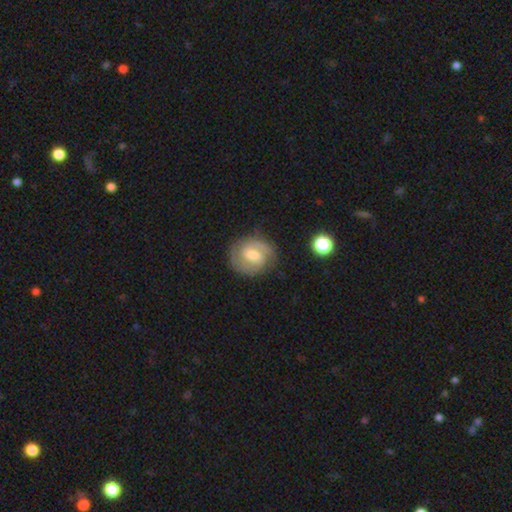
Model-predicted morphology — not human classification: type=featured or disk (71%); edge-on=no (98%); bar=weak (55%); spiral arms=yes (91%); winding=tight (50%); arm count=2 (74%); bulge=moderate (58%); merging=none (77%).